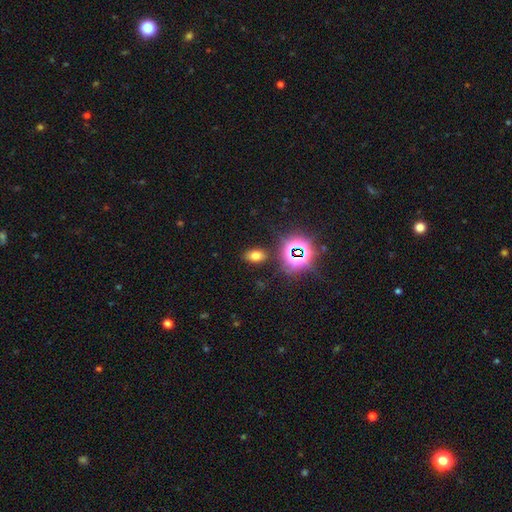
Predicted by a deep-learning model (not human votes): This is likely a smooth galaxy (65%). How rounded: clearly in between (83%). Merging: clearly none (84%).